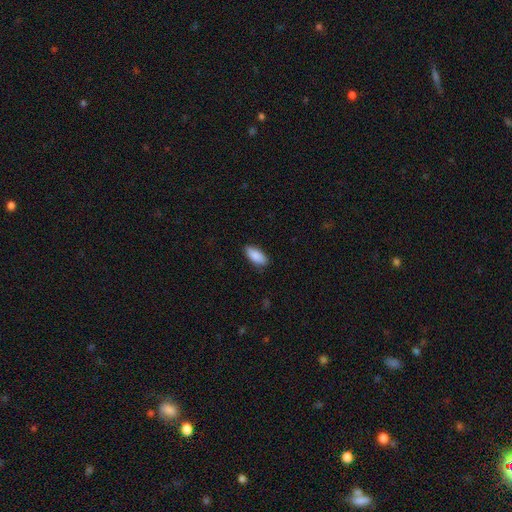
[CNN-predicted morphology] The model was most divided on "merging": none: 84%, minor disturbance: 13%, major disturbance: 2%, merger: 1%. More confident: smooth or featured — smooth (90%); how rounded — in between (89%).